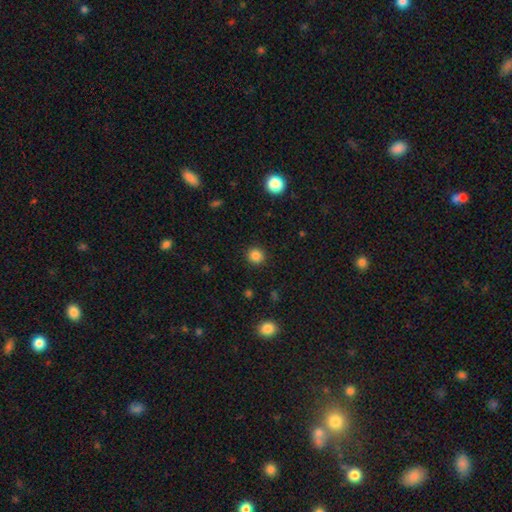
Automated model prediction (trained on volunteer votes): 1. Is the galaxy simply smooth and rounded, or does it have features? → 85% smooth, 12% star or artifact, 4% featured or disk.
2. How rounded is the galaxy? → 92% round, 8% in between, 1% cigar-shaped.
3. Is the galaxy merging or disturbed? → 91% none, 5% minor disturbance, 2% major disturbance, 1% merger.